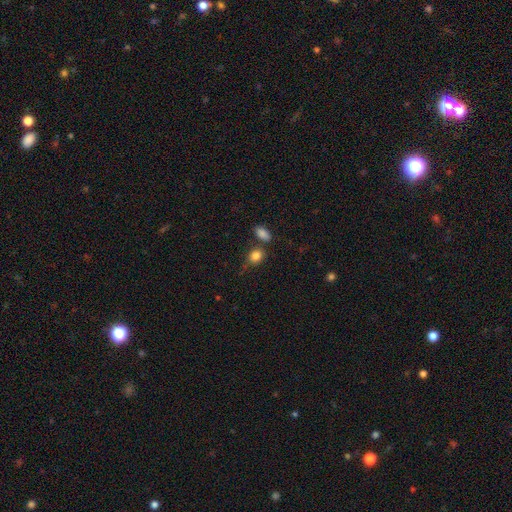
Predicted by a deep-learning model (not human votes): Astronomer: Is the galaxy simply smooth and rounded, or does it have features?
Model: smooth — 85%.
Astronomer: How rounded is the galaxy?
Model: in between — 56% (runner-up: round, 42%).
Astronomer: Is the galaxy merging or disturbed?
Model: none — 65%.